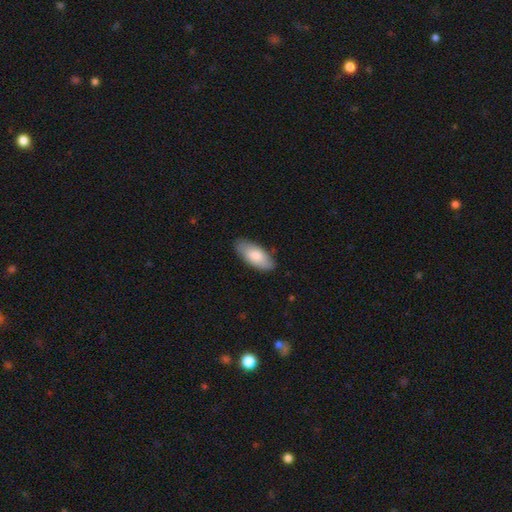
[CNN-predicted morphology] Smooth or featured: smooth — 80% (featured or disk — 15%)
How rounded: in between — 88% (cigar-shaped — 11%)
Merging: none — 82% (minor disturbance — 14%)